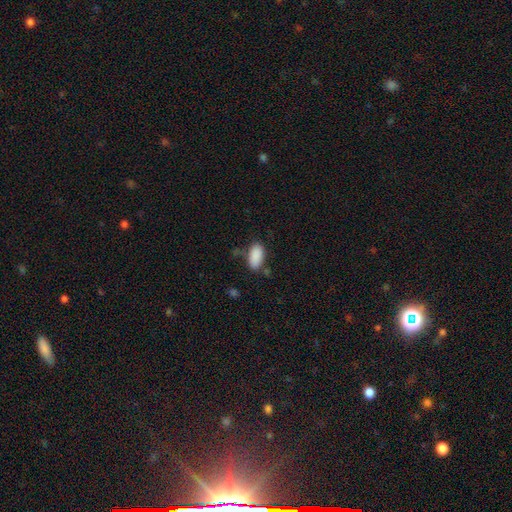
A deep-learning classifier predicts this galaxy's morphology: Q: Smooth or featured?
A: smooth (89%); runner-up: star or artifact (7%)
Q: How rounded?
A: in between (93%); runner-up: cigar-shaped (5%)
Q: Merging?
A: none (71%); runner-up: minor disturbance (18%)